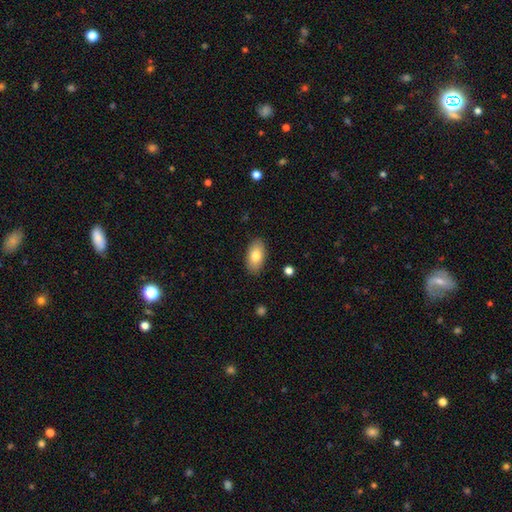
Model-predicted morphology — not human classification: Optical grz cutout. It shows a smooth galaxy with no disk features (81%) that is in between round and cigar-shaped (94%). Merging: none (87%).